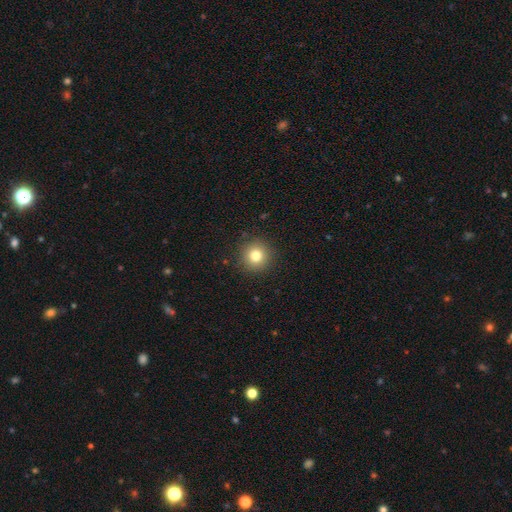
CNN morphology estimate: Overall: smooth (80%). How rounded: round (95%). Merging: none (91%).